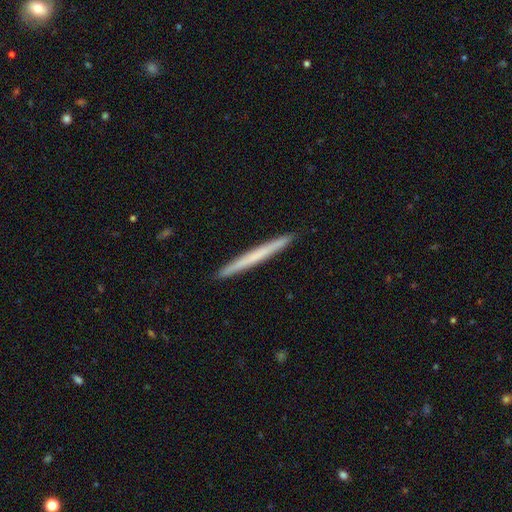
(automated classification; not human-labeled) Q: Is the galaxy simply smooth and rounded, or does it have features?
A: smooth — 54%.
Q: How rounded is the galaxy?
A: cigar-shaped — 98%.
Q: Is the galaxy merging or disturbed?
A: none — 93%.